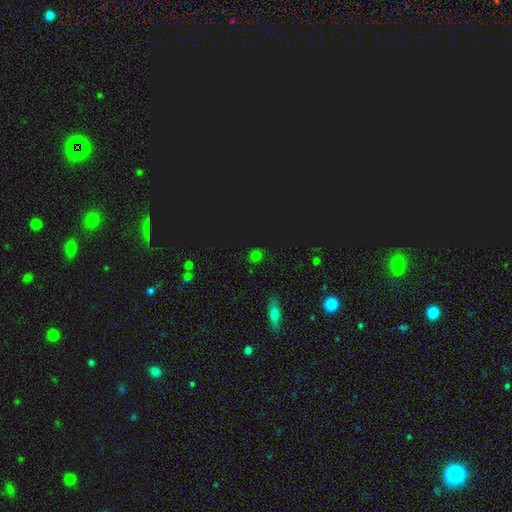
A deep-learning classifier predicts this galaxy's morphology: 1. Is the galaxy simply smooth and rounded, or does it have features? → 65% smooth, 30% star or artifact, 5% featured or disk.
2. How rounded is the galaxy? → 83% round, 15% in between, 2% cigar-shaped.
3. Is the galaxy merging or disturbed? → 88% none, 8% minor disturbance, 2% major disturbance, 2% merger.